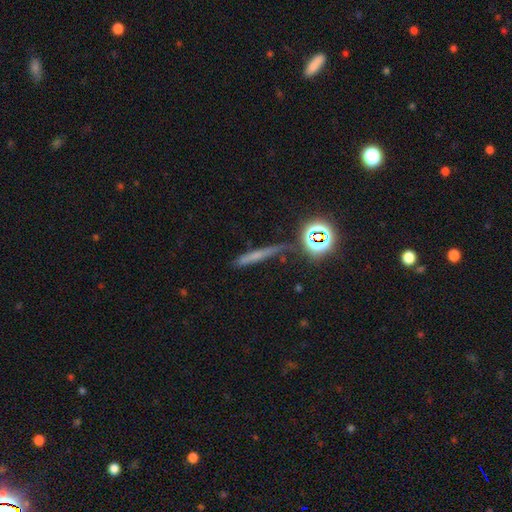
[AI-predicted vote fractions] Overall: smooth (48%; featured or disk 27%). Merging: none (69%).